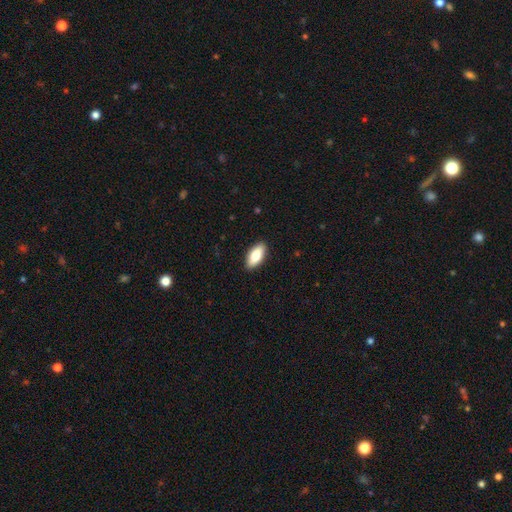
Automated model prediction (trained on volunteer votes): Q: Smooth or featured?
A: smooth (78%); runner-up: featured or disk (16%)
Q: How rounded?
A: in between (87%); runner-up: cigar-shaped (11%)
Q: Merging?
A: none (89%); runner-up: minor disturbance (8%)